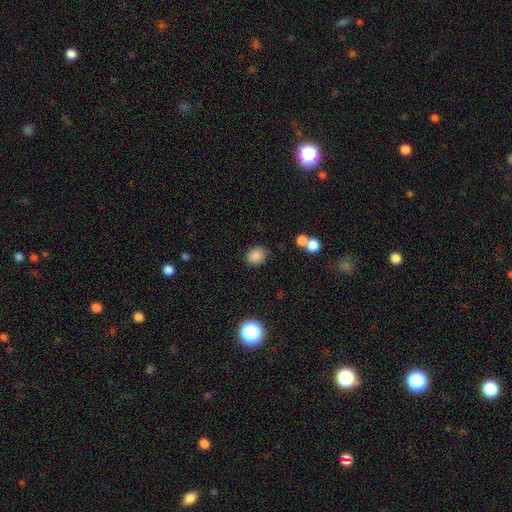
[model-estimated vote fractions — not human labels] Smooth or featured: smooth — 85% (star or artifact — 11%)
How rounded: round — 52% (in between — 47%)
Merging: none — 81% (minor disturbance — 11%)